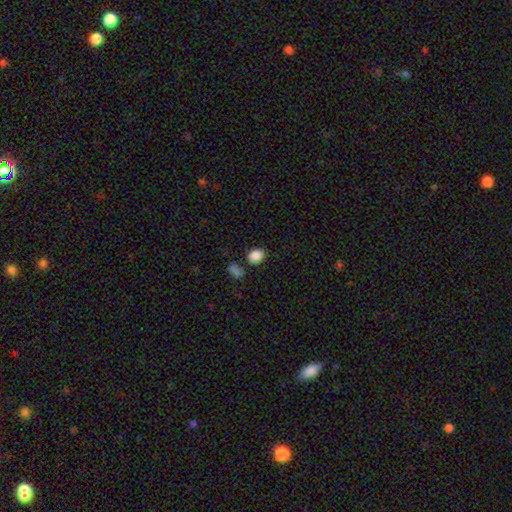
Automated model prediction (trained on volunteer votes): This is clearly a smooth galaxy (87%). How rounded: possibly in between (58%). Merging: likely none (78%).